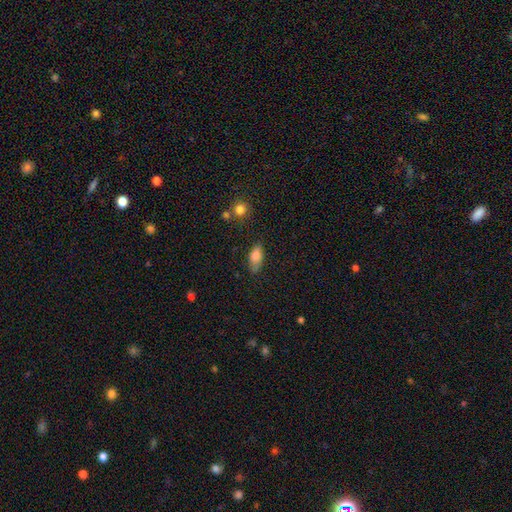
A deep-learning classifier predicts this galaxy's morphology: smooth 81%, featured or disk 11%, star or artifact 8%. Down the decision tree: how rounded — in between (87%); merging — none (70%).